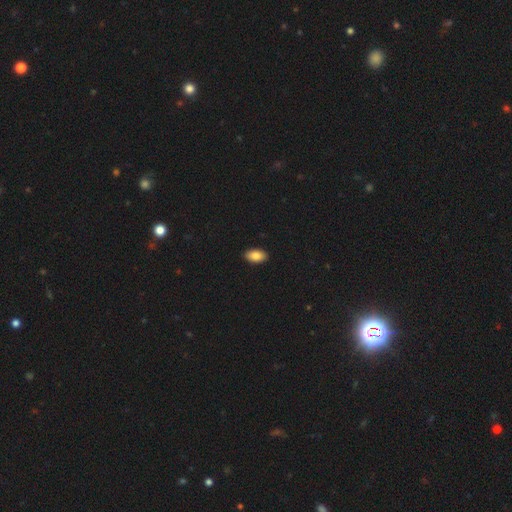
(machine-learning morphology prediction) Overall: smooth (86%). How rounded: in between (94%). Merging: none (91%).